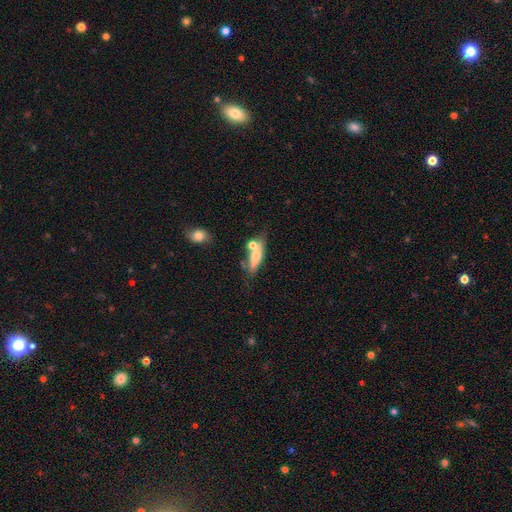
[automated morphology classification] Smooth or featured?
  - smooth: 57% *
  - featured or disk: 35%
  - star or artifact: 7%
How rounded?
  - in between: 53% *
  - cigar-shaped: 42%
  - round: 5%
Merging?
  - none: 44% *
  - merger: 29%
  - minor disturbance: 18%
  - major disturbance: 8%